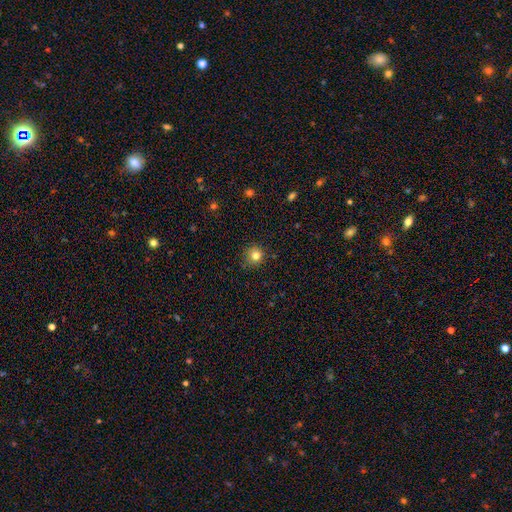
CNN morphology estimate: This is clearly a smooth galaxy (81%). How rounded: clearly round (91%). Merging: clearly none (87%).